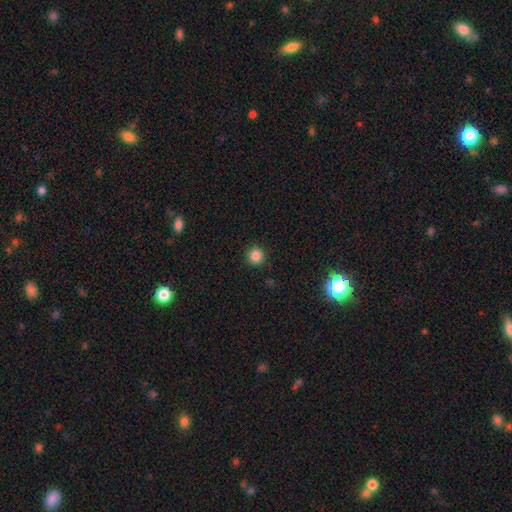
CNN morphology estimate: type=smooth (84%); roundness=round (94%); merging=none (91%).